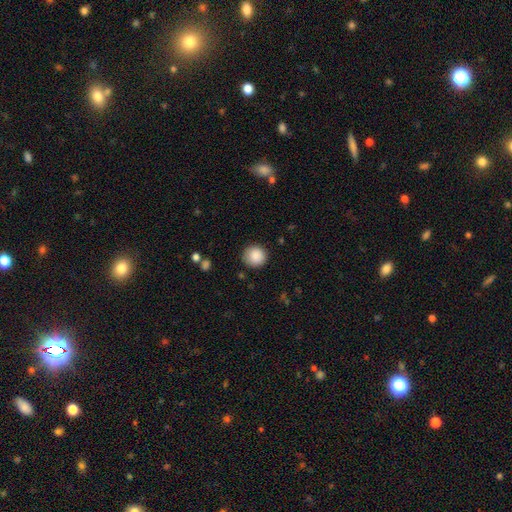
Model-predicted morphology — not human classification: A smooth galaxy with no disk features (88%) that is round (93%). Merging: none (88%).